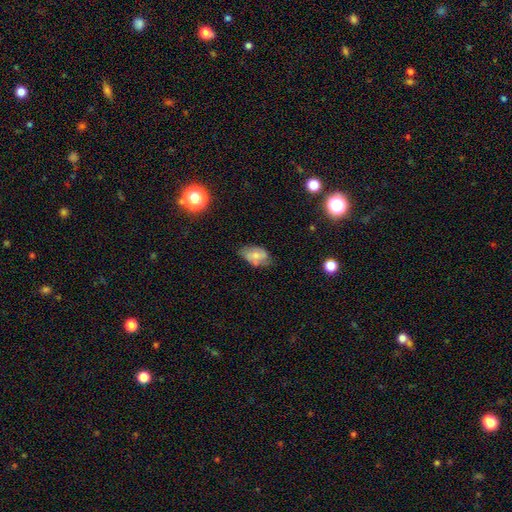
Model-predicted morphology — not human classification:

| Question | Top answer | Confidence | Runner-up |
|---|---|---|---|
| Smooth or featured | smooth | 60% | featured or disk (31%) |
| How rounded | in between | 91% | round (7%) |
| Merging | none | 58% | minor disturbance (31%) |